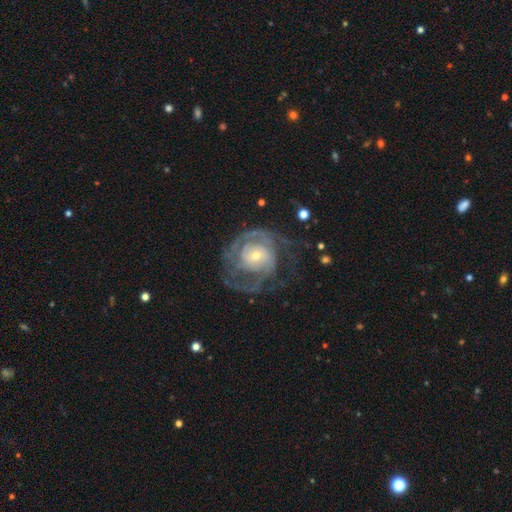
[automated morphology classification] Smooth or featured?
  - featured or disk: 83% *
  - smooth: 11%
  - star or artifact: 6%
Edge-on disk?
  - no: 97% *
  - yes: 3%
Bar?
  - no: 67% *
  - weak: 26%
  - strong: 7%
Spiral arms?
  - yes: 89% *
  - no: 11%
Spiral winding?
  - tight: 57% *
  - medium: 32%
  - loose: 11%
Spiral arm count?
  - can't tell: 35% *
  - 2: 32%
  - 3: 15%
  - 1: 7%
  - 4: 6%
  - more than 4: 5%
Bulge size?
  - small: 59% *
  - moderate: 34%
  - large: 4%
  - none: 2%
  - dominant: 1%
Merging?
  - none: 57% *
  - major disturbance: 24%
  - minor disturbance: 18%
  - merger: 2%